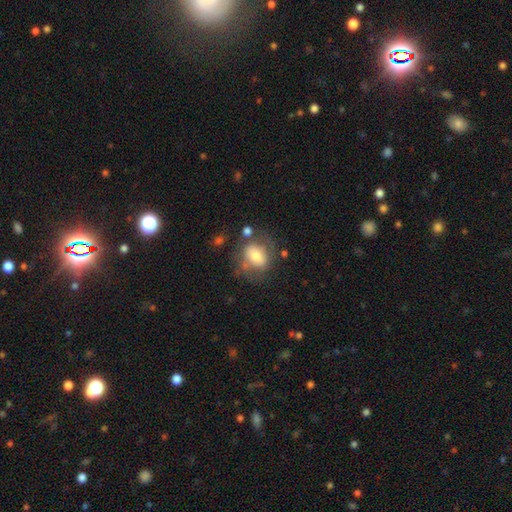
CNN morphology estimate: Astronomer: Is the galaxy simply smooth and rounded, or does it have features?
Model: smooth — 55% (runner-up: featured or disk, 37%).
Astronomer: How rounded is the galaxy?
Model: in between — 53% (runner-up: round, 46%).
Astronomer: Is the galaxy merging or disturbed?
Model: none — 53%.